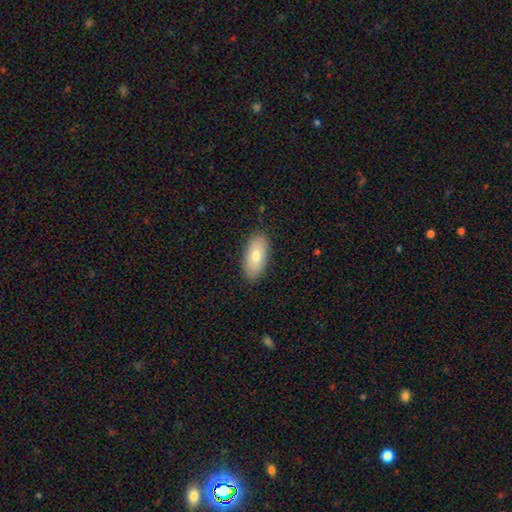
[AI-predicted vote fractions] The model was most divided on "smooth or featured": smooth: 77%, featured or disk: 16%, star or artifact: 6%. More confident: how rounded — in between (90%); merging — none (87%).